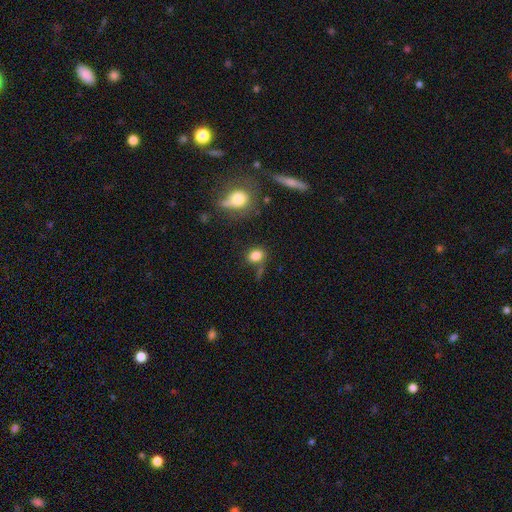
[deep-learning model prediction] A smooth galaxy with no disk features (82%) that is in between round and cigar-shaped (59%).

Vote fractions:
- Smooth or featured? smooth: 82% / star or artifact: 12% / featured or disk: 7%
- How rounded? in between: 59% / round: 38% / cigar-shaped: 2%
- Merging? none: 62% / minor disturbance: 17% / merger: 12% / major disturbance: 9%